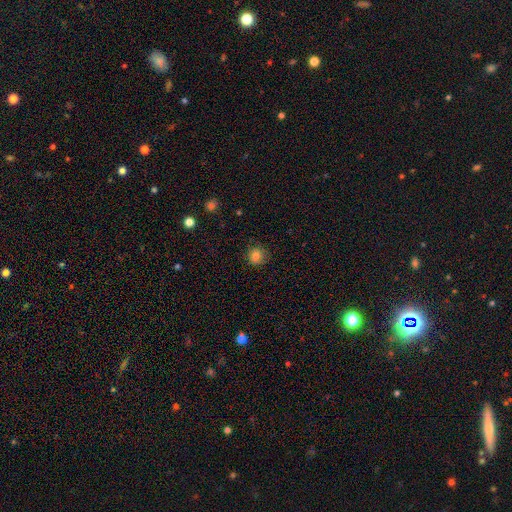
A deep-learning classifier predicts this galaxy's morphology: The model was most divided on "smooth or featured": smooth: 82%, star or artifact: 12%, featured or disk: 6%. More confident: how rounded — round (89%); merging — none (84%).